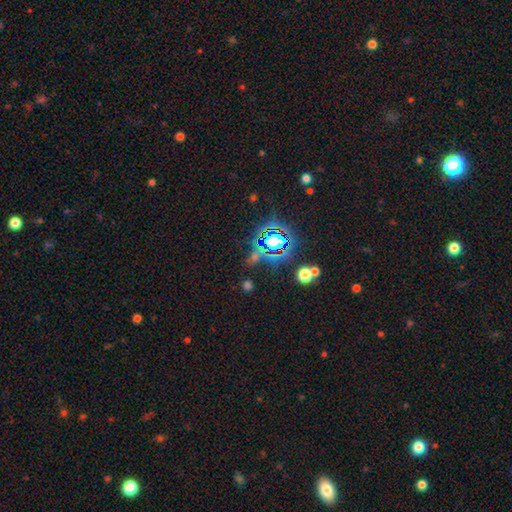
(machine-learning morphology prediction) This appears to be a star or artifact, not a galaxy (76%).